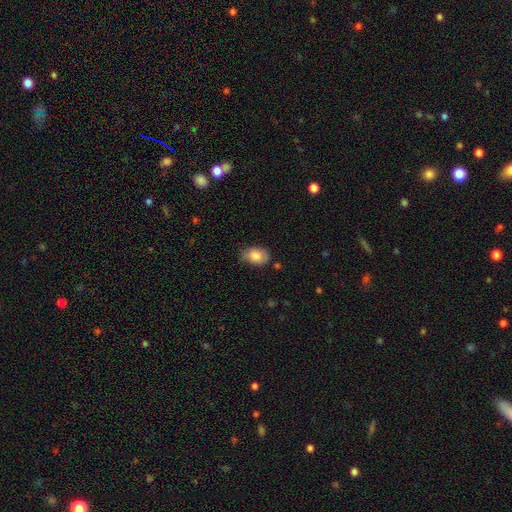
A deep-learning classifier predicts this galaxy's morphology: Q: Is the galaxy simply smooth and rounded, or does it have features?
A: smooth — 83%.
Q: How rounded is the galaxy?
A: in between — 84%.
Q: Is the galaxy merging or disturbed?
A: none — 69%.